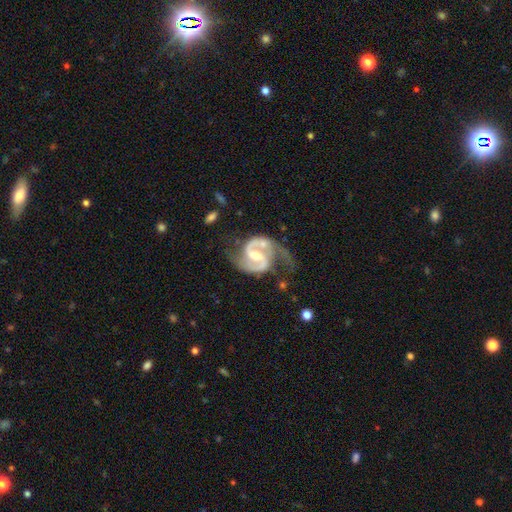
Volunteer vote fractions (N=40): Smooth or featured?
  - featured or disk: 95% *
  - smooth: 2%
  - star or artifact: 2%
Edge-on disk?
  - no: 95% *
  - yes: 5%
Bar?
  - strong: 33% * (tied)
  - weak: 33% * (tied)
  - no: 33% * (tied)
Spiral arms?
  - yes: 97% *
  - no: 3%
Spiral winding?
  - medium: 60% *
  - loose: 31%
  - tight: 9%
Spiral arm count?
  - 2: 94% *
  - 1: 3%
  - can't tell: 3%
  - 3: 0%
  - 4: 0%
  - more than 4: 0%
Bulge size?
  - moderate: 67% *
  - small: 28%
  - large: 6%
  - dominant: 0%
  - none: 0%
Merging?
  - none: 41% *
  - minor disturbance: 23%
  - merger: 21%
  - major disturbance: 15%